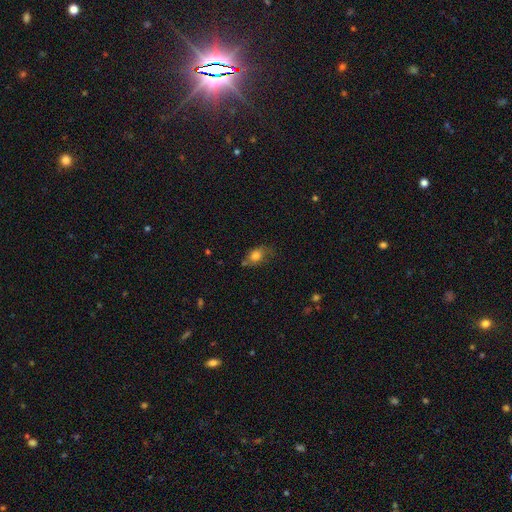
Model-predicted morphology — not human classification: type=smooth (76%); roundness=in between (70%); merging=none (53%).